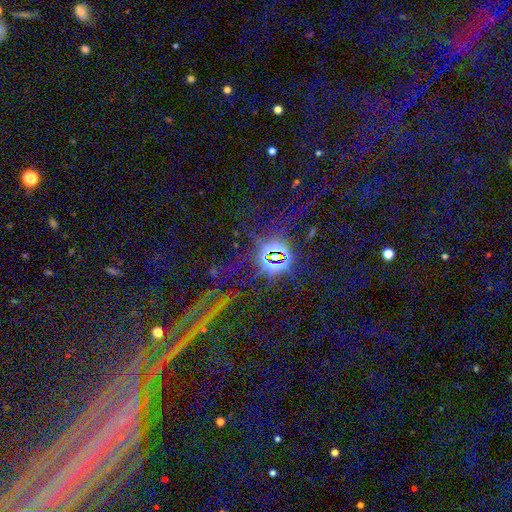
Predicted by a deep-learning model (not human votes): A star or artifact, not a galaxy (83%).